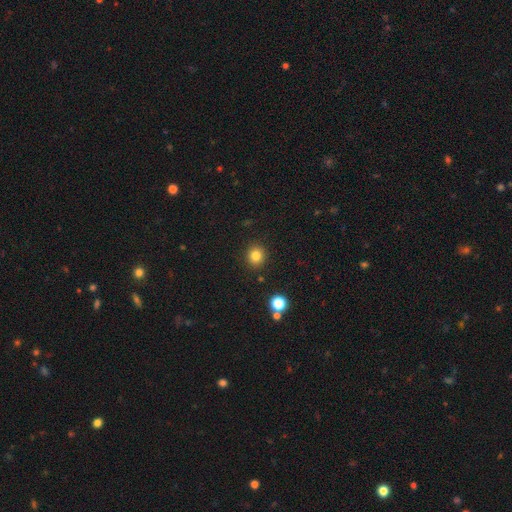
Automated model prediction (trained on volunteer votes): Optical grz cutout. It shows a smooth galaxy with no disk features (81%) that is round (87%). Merging: none (90%).